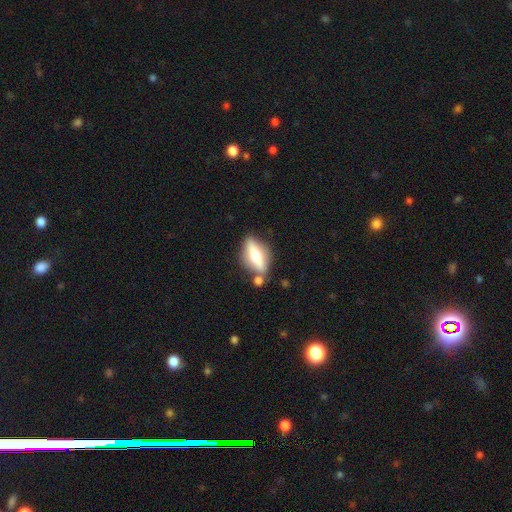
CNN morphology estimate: Smooth or featured: featured or disk — 53% (smooth — 40%)
Edge-on disk: yes — 78% (no — 22%)
Merging: none — 71% (minor disturbance — 12%)